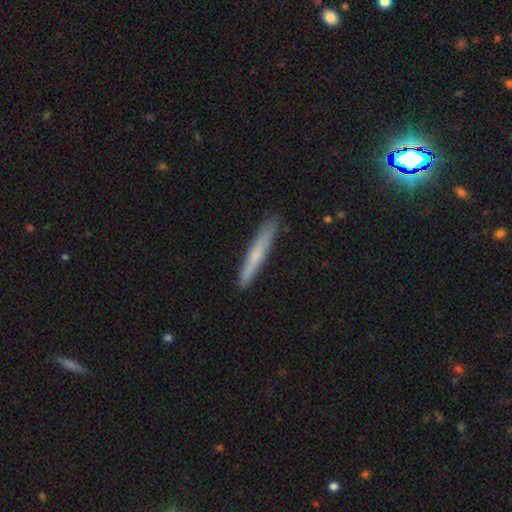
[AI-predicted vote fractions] smooth-or-featured: smooth: 59% | featured or disk: 35% | star or artifact: 6%
  how-rounded: cigar-shaped: 96% | in between: 3% | round: 1%
  merging: none: 89% | minor disturbance: 9% | major disturbance: 1% | merger: 1%